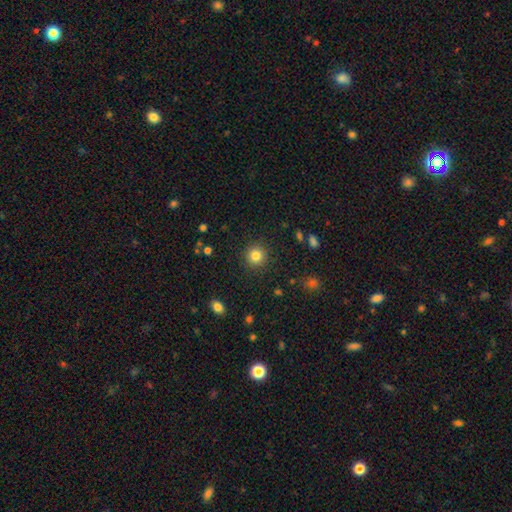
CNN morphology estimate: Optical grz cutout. It shows a smooth galaxy with no disk features (83%) that is round (93%). Merging: none (90%).